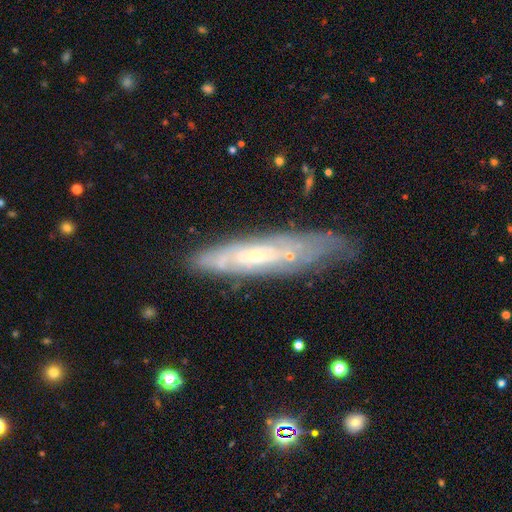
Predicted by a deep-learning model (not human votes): smooth-or-featured: featured or disk: 73% | smooth: 19% | star or artifact: 8%
  disk-edge-on: no: 64% | yes: 36%
  merging: none: 72% | minor disturbance: 19% | major disturbance: 6% | merger: 4%